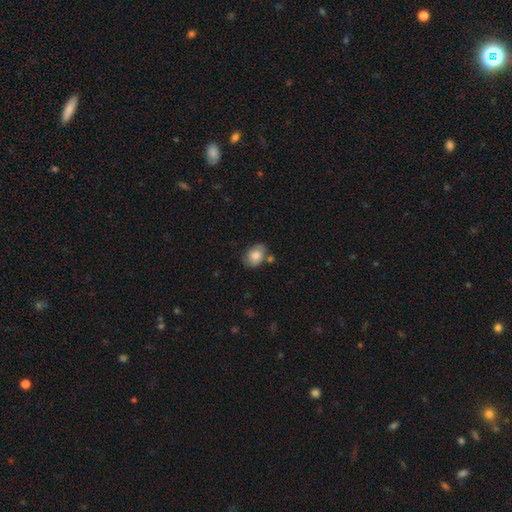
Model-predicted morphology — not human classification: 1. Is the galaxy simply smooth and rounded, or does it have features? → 78% smooth, 14% featured or disk, 7% star or artifact.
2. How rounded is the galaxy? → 72% in between, 27% round, 1% cigar-shaped.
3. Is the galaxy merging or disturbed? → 67% none, 20% minor disturbance, 9% merger, 4% major disturbance.